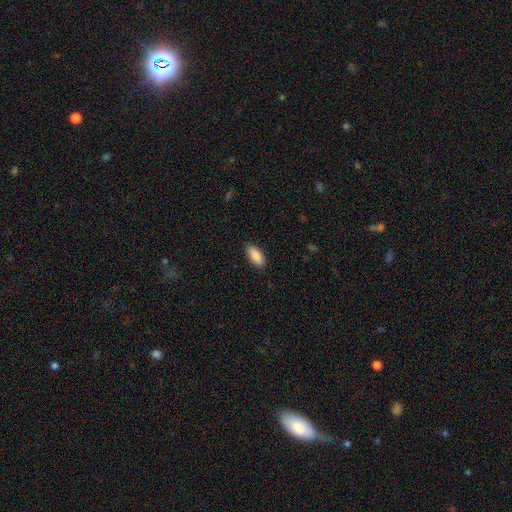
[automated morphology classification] Smooth or featured? smooth (88%)
How rounded? in between (85%)
Merging? none (88%)